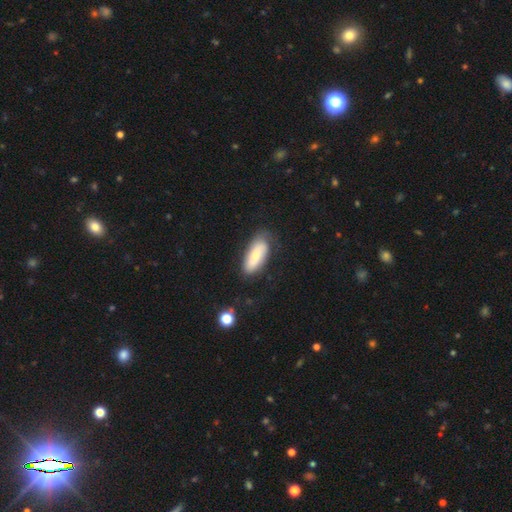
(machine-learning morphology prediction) Overall: smooth (65%; featured or disk 29%). How rounded: in between (80%). Merging: none (67%).